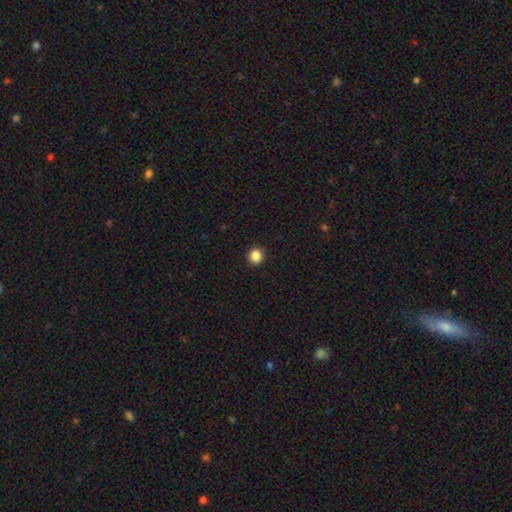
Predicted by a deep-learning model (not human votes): smooth 87%, star or artifact 10%, featured or disk 3%. Down the decision tree: how rounded — round (87%); merging — none (93%).